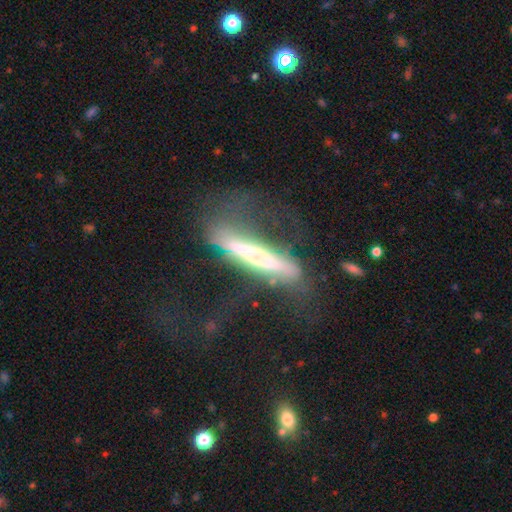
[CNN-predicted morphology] Overall: featured or disk (59%; smooth 33%). Edge-on disk: yes (70%). Merging: major disturbance (40%; none 37%).